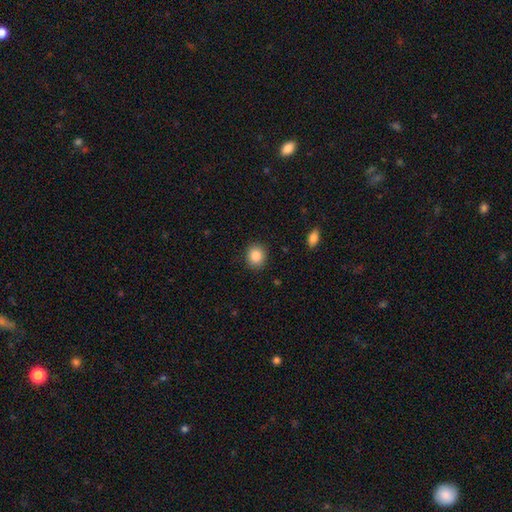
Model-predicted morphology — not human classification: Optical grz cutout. It shows a smooth galaxy with no disk features (86%) that is round (77%). Merging: none (89%).